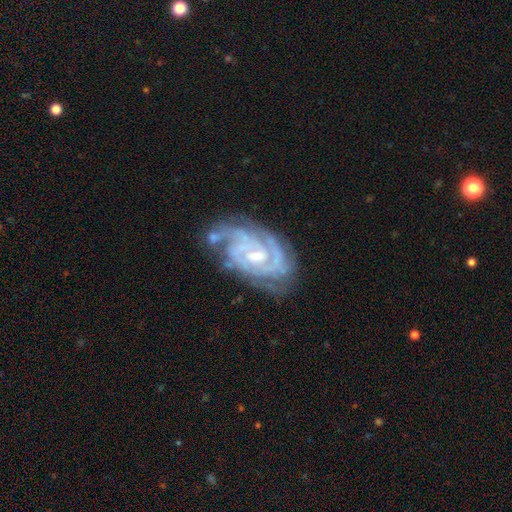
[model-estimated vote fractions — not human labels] This appears to be a featured or disk galaxy (90%) with a weak bar (50%), 3 (31%) tight (70%) spiral arms (98%) and a small central bulge (49%). Merging: none (61%).